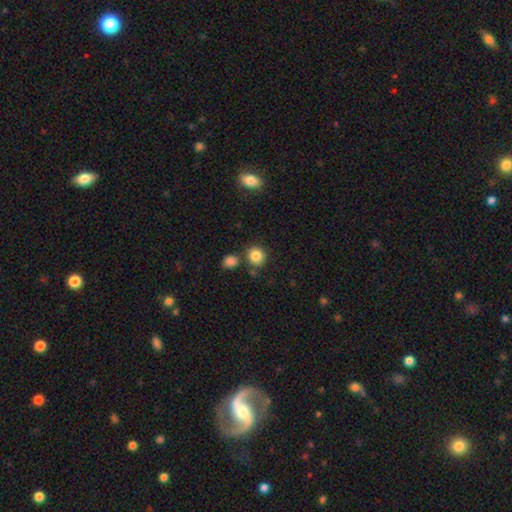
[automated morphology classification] Smooth or featured: smooth — 84% (star or artifact — 10%)
How rounded: round — 87% (in between — 12%)
Merging: none — 76% (merger — 11%)